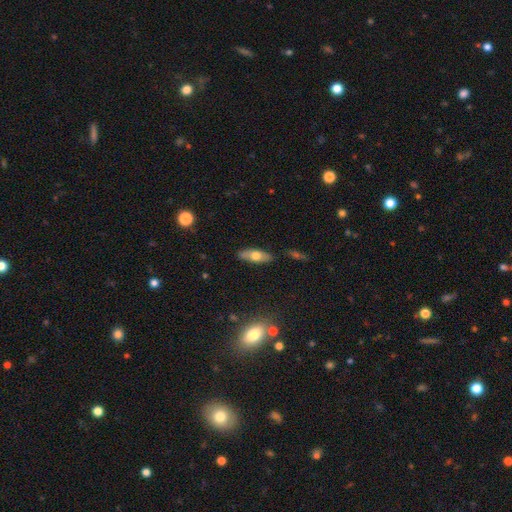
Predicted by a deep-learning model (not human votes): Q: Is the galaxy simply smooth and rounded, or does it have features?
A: smooth — 60%.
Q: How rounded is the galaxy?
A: in between — 65%.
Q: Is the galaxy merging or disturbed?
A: none — 83%.